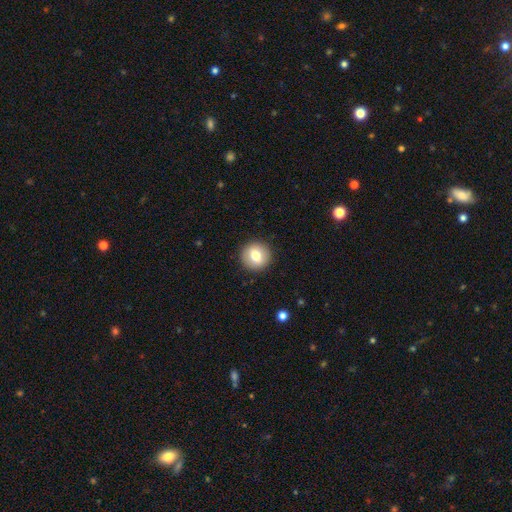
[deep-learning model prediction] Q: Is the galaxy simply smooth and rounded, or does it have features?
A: smooth — 76%.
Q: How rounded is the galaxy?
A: round — 94%.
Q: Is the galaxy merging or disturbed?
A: none — 92%.